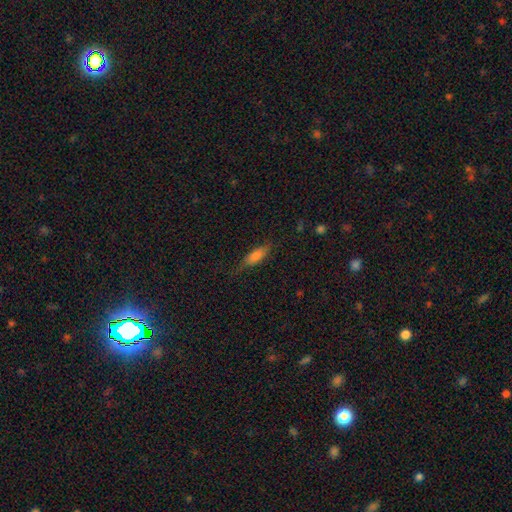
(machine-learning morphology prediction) smooth 71%, featured or disk 20%, star or artifact 9%. Down the decision tree: how rounded — in between (51%); merging — none (69%).